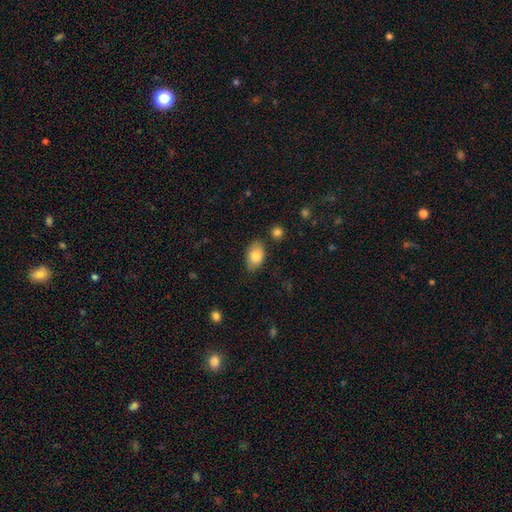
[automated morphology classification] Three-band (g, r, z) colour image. It shows a smooth galaxy with no disk features (81%) that is in between round and cigar-shaped (90%). Merging: none (81%).